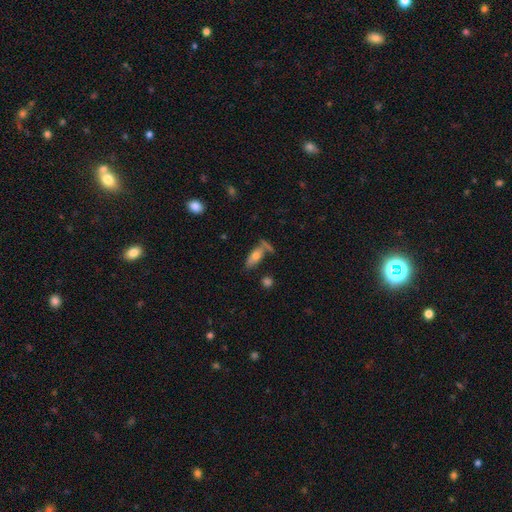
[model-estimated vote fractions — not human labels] This is likely a smooth galaxy (65%). How rounded: likely in between (74%). Merging: possibly none (57%).